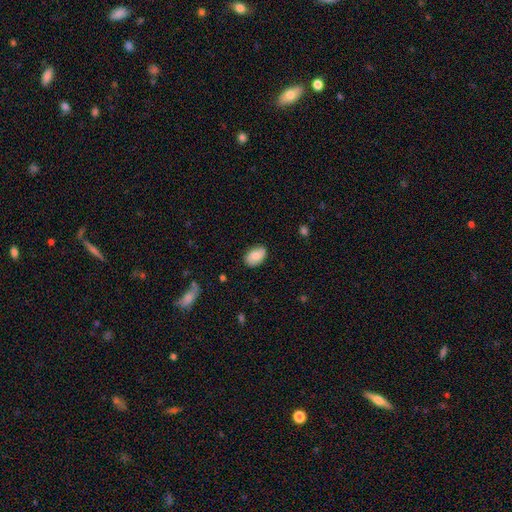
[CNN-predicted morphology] type=smooth (81%); roundness=in between (90%); merging=none (82%).